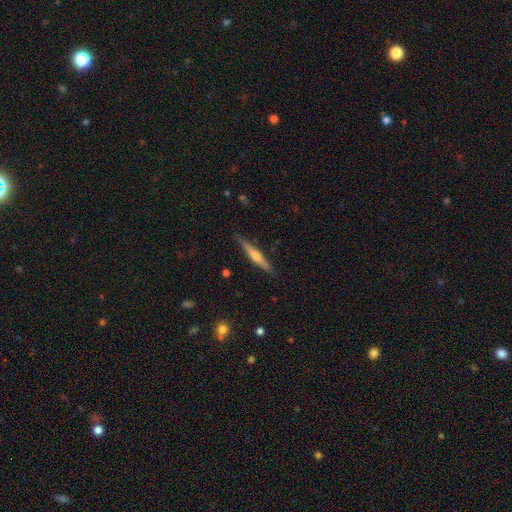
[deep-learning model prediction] Q: Smooth or featured?
A: featured or disk (65%); runner-up: smooth (29%)
Q: Edge-on disk?
A: yes (97%); runner-up: no (3%)
Q: Edge-on bulge?
A: rounded (86%); runner-up: none (10%)
Q: Merging?
A: none (87%); runner-up: minor disturbance (10%)